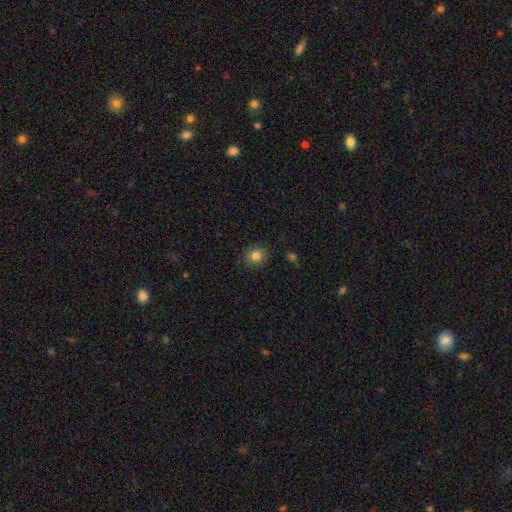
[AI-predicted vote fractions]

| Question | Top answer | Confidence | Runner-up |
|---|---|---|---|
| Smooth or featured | smooth | 83% | star or artifact (11%) |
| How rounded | round | 80% | in between (19%) |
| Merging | none | 88% | minor disturbance (9%) |